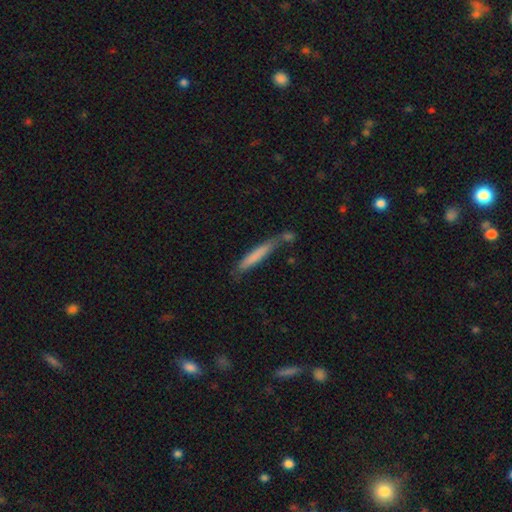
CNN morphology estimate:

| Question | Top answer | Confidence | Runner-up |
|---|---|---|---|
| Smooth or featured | smooth | 73% | featured or disk (21%) |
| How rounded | cigar-shaped | 94% | in between (5%) |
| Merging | none | 60% | minor disturbance (20%) |